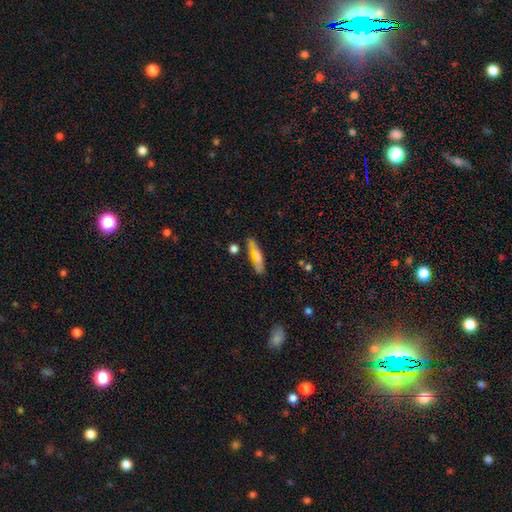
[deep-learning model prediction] Overall: smooth (66%). How rounded: cigar-shaped (65%; in between 32%). Merging: none (77%).